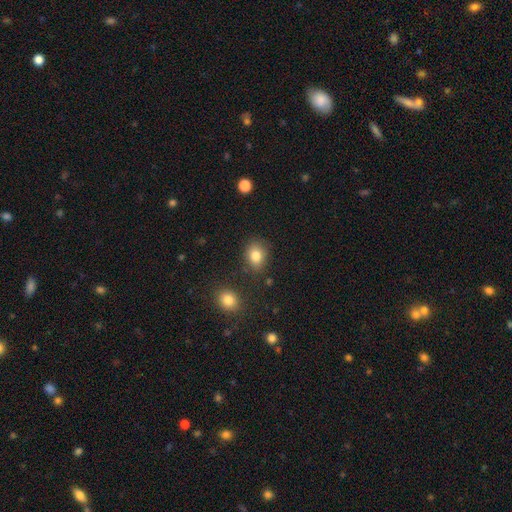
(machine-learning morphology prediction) This appears to be a smooth galaxy with no disk features (83%) that is in between round and cigar-shaped (50%). Merging: none (77%).